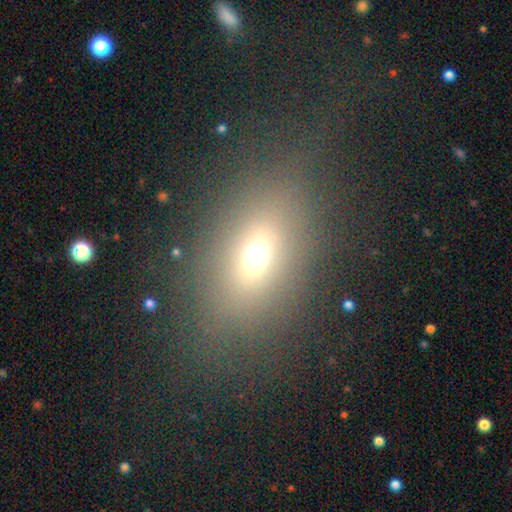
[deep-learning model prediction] Smooth or featured: smooth — 63% (star or artifact — 19%)
How rounded: in between — 74% (round — 21%)
Merging: none — 73% (minor disturbance — 13%)